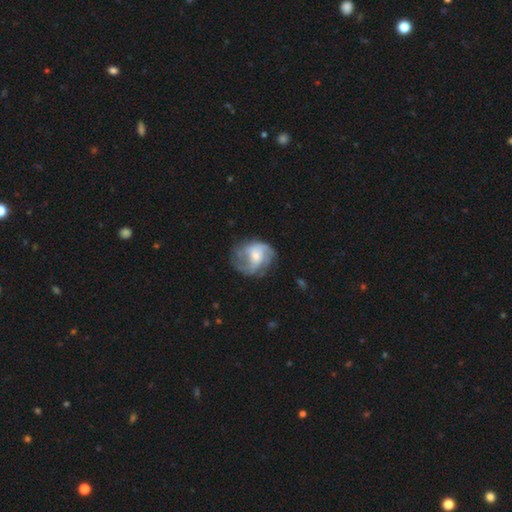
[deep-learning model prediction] The model was most divided on "bulge size": small: 50%, moderate: 41%, large: 5%, none: 3%, dominant: 1%. Remaining: edge-on disk — no (98%); spiral arms — yes (87%); smooth or featured — featured or disk (70%); bar — no (61%); merging — none (58%); spiral winding — medium (46%); spiral arm count — 2 (40%).